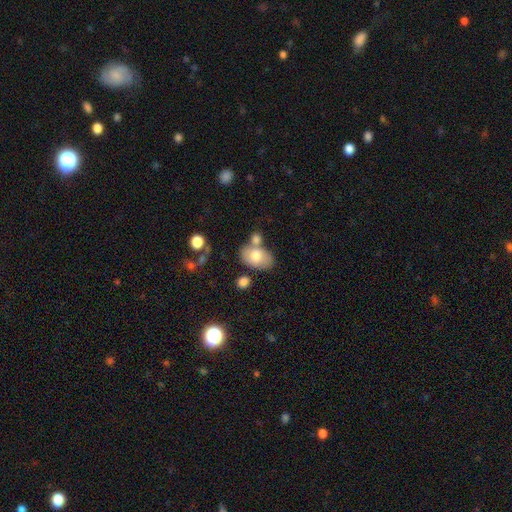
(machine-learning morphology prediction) A smooth galaxy with no disk features (73%) that is in between round and cigar-shaped (88%). Merging: none (56%).